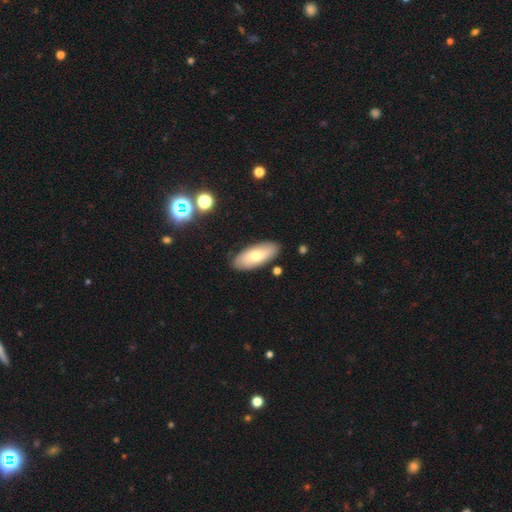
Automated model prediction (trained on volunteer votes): Smooth or featured? smooth (67%)
How rounded? in between (83%)
Merging? none (86%)